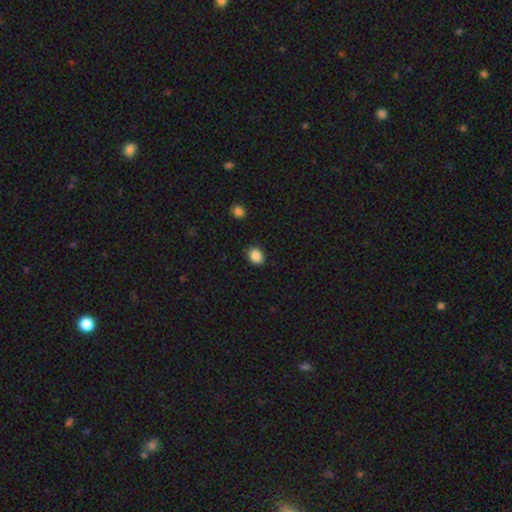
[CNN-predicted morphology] This is clearly a smooth galaxy (87%). How rounded: possibly in between (51%). Merging: clearly none (87%).